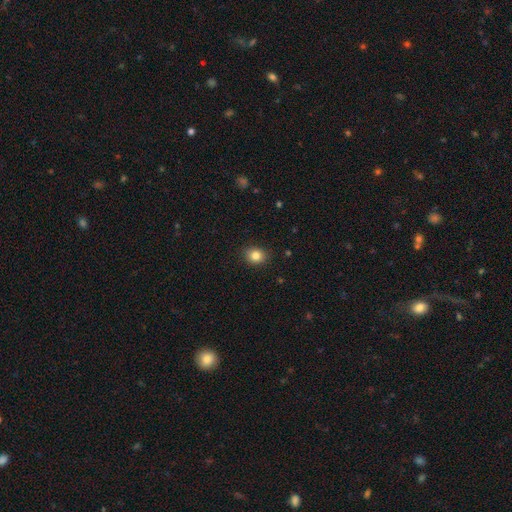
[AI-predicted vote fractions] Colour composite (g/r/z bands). It shows a smooth galaxy with no disk features (84%) that is round (61%). Merging: none (89%).